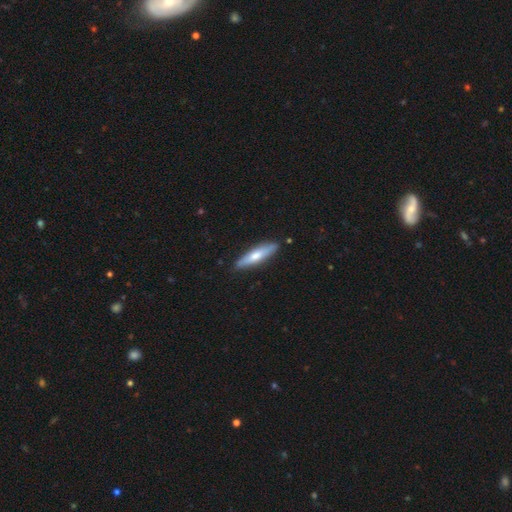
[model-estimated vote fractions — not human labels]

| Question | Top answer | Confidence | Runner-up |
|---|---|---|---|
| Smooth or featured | smooth | 61% | featured or disk (33%) |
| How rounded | cigar-shaped | 75% | in between (23%) |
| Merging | none | 85% | minor disturbance (11%) |